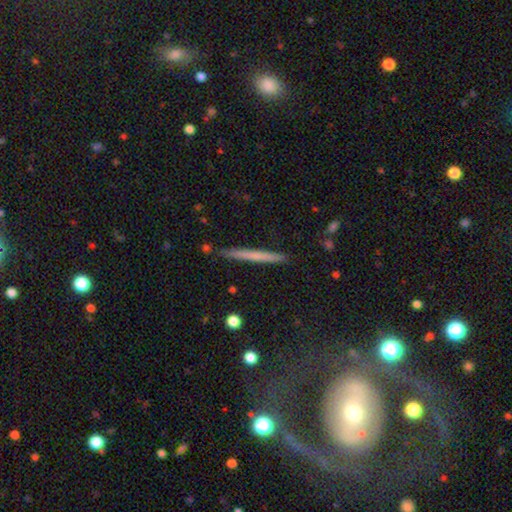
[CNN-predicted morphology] Smooth or featured? Predicted: smooth (p=0.57). How rounded? Predicted: cigar-shaped (p=0.97). Merging? Predicted: none (p=0.90).